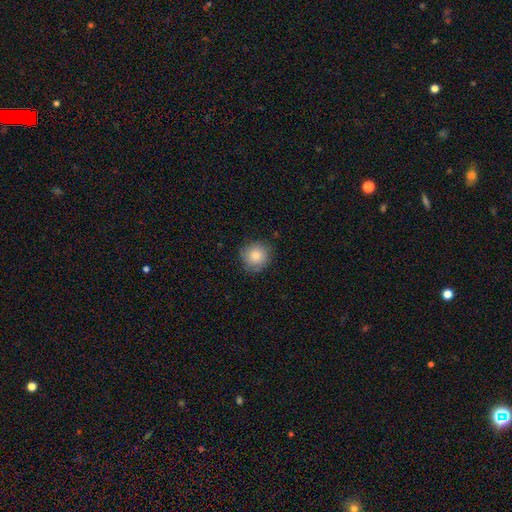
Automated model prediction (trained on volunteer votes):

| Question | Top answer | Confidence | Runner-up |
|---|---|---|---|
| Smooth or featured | smooth | 81% | featured or disk (10%) |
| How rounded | round | 93% | in between (6%) |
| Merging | none | 80% | minor disturbance (16%) |